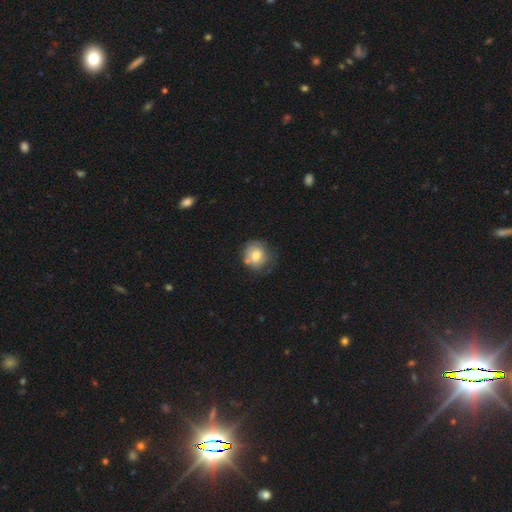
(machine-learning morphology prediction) Smooth or featured? smooth (68%)
How rounded? round (82%)
Merging? none (59%)